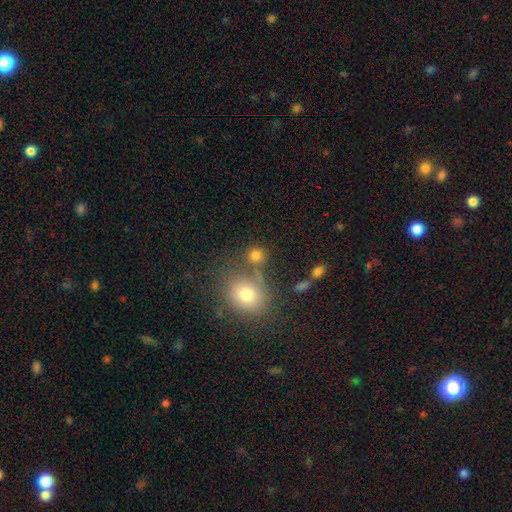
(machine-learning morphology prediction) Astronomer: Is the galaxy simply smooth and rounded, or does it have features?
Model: smooth — 79%.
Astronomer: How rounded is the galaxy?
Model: round — 84%.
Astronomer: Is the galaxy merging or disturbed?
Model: none — 65%.